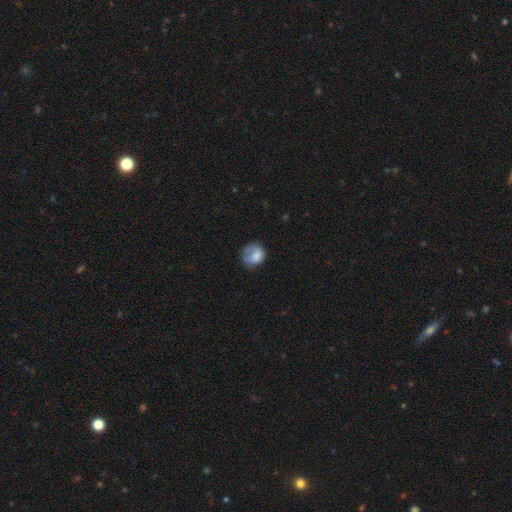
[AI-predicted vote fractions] Smooth or featured? Predicted: smooth (p=0.70). How rounded? Predicted: round (p=0.70). Merging? Predicted: none (p=0.43).